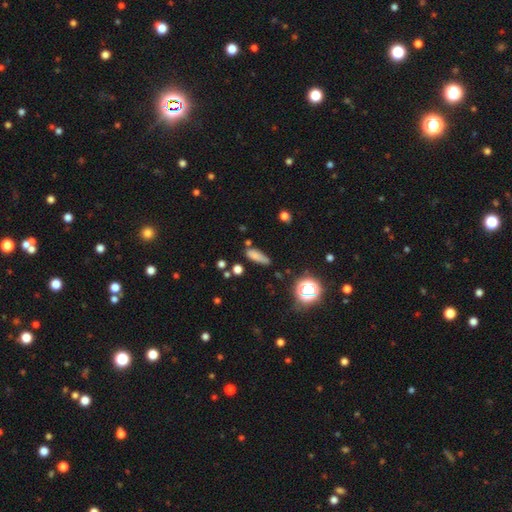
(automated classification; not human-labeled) Smooth or featured?
  - smooth: 76% *
  - star or artifact: 14%
  - featured or disk: 10%
How rounded?
  - in between: 49% *
  - cigar-shaped: 46%
  - round: 5%
Merging?
  - none: 63% *
  - minor disturbance: 26%
  - major disturbance: 7%
  - merger: 5%